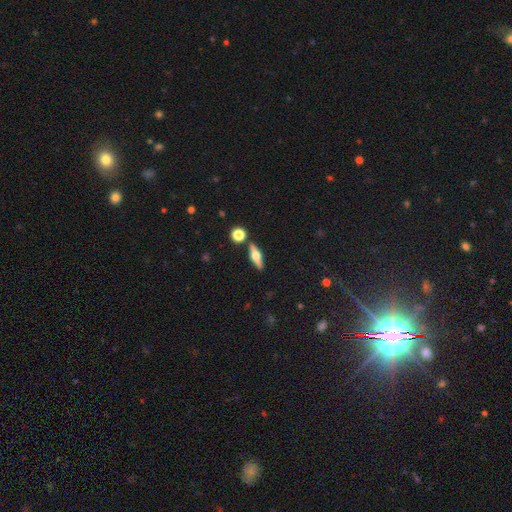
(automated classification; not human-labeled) smooth_or_featured: featured or disk (p=0.58) [alt: smooth p=0.35]
disk_edge_on: yes (p=0.94) [alt: no p=0.06]
edge_on_bulge: rounded (p=0.94) [alt: boxy p=0.04]
merging: none (p=0.84) [alt: minor disturbance p=0.08]